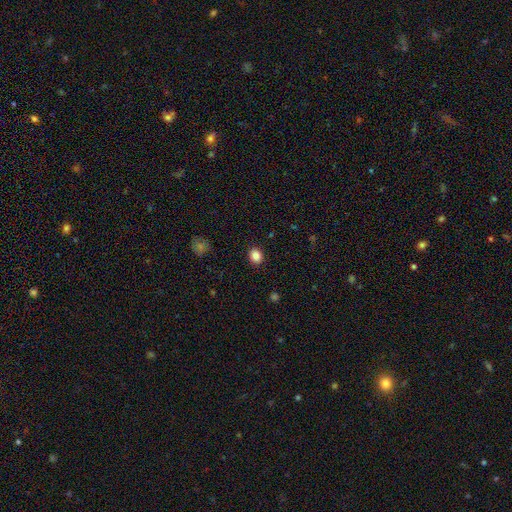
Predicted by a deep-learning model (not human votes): Smooth or featured?
  - smooth: 86% *
  - star or artifact: 10%
  - featured or disk: 4%
How rounded?
  - round: 61% *
  - in between: 38%
  - cigar-shaped: 1%
Merging?
  - none: 91% *
  - minor disturbance: 7%
  - major disturbance: 2%
  - merger: 1%